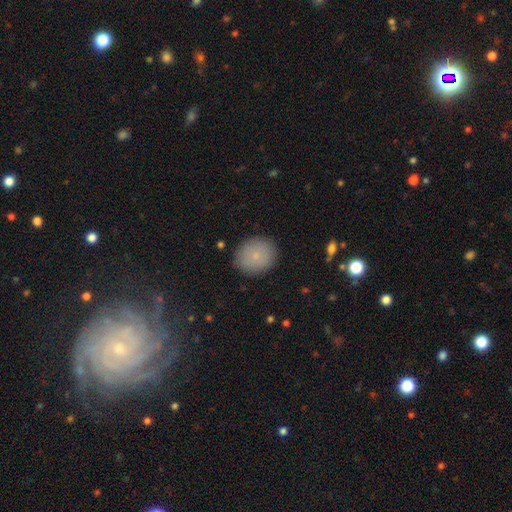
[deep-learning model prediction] Smooth or featured?
  - smooth: 80% *
  - featured or disk: 11%
  - star or artifact: 9%
How rounded?
  - round: 70% *
  - in between: 29%
  - cigar-shaped: 1%
Merging?
  - none: 87% *
  - minor disturbance: 9%
  - major disturbance: 2%
  - merger: 1%